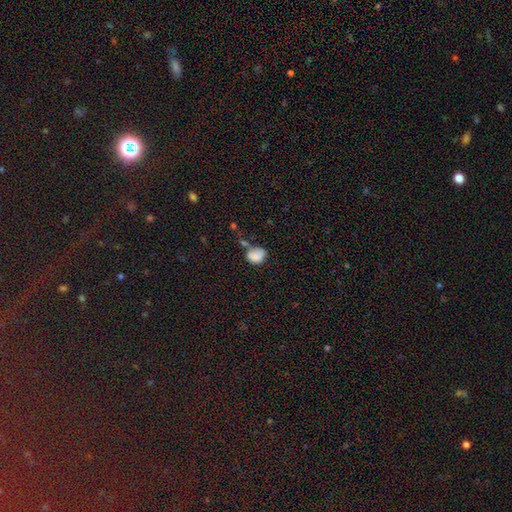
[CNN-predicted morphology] A smooth galaxy with no disk features (82%) that is in between round and cigar-shaped (54%).

Vote fractions:
- Smooth or featured? smooth: 82% / star or artifact: 9% / featured or disk: 8%
- How rounded? in between: 54% / round: 45% / cigar-shaped: 1%
- Merging? none: 42% / minor disturbance: 28% / merger: 17% / major disturbance: 13%